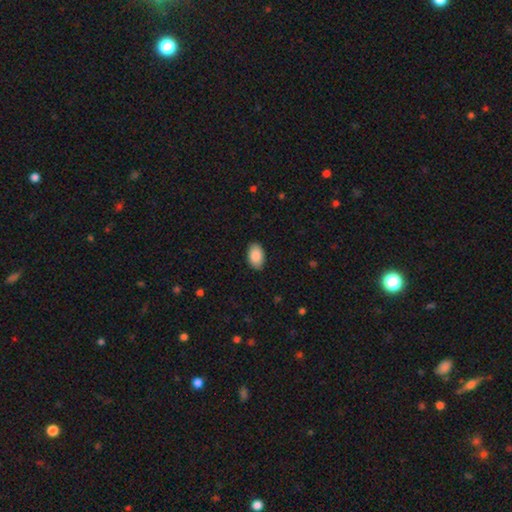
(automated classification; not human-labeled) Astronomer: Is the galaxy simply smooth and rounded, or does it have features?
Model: smooth — 90%.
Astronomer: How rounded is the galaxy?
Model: in between — 93%.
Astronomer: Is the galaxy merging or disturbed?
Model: none — 88%.